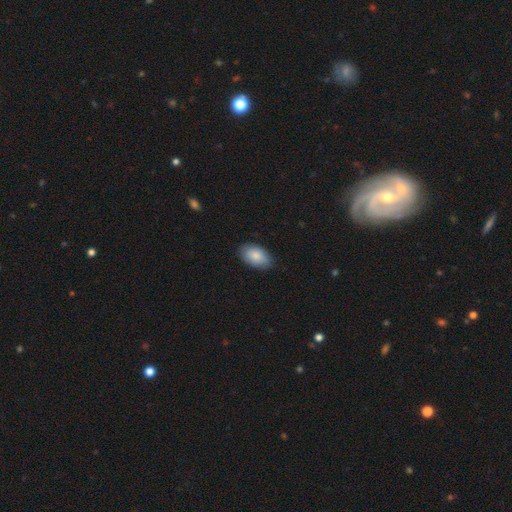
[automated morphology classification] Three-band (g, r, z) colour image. It shows a smooth galaxy with no disk features (85%) that is in between round and cigar-shaped (94%). Merging: none (85%).